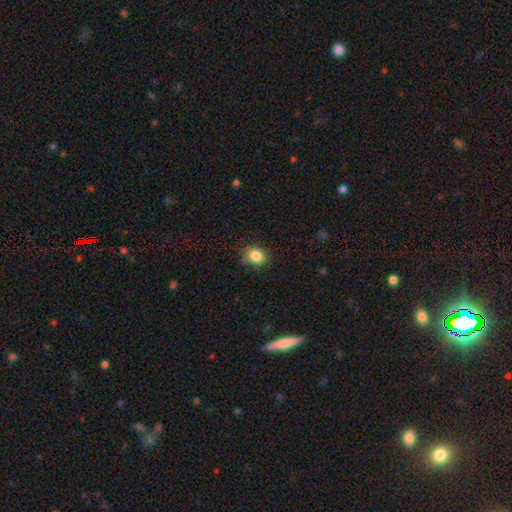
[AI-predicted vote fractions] Smooth or featured? smooth (84%)
How rounded? round (61%)
Merging? none (79%)